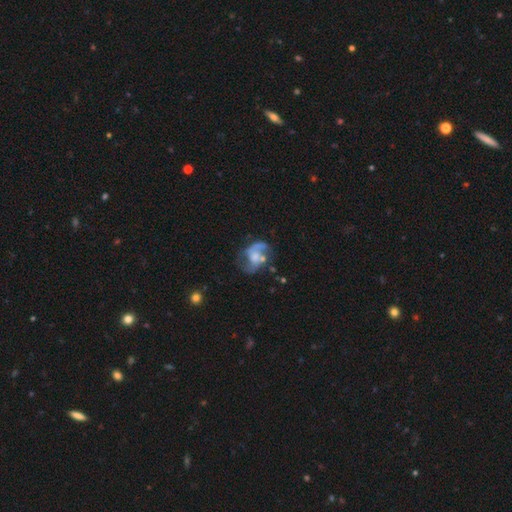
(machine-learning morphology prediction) Q: Smooth or featured?
A: featured or disk (69%); runner-up: smooth (23%)
Q: Edge-on disk?
A: no (98%); runner-up: yes (2%)
Q: Bar?
A: no (65%); runner-up: weak (29%)
Q: Spiral arms?
A: yes (75%); runner-up: no (25%)
Q: Spiral winding?
A: loose (51%); runner-up: medium (37%)
Q: Spiral arm count?
A: 2 (71%); runner-up: 1 (13%)
Q: Bulge size?
A: moderate (38%); runner-up: small (29%)
Q: Merging?
A: none (41%); runner-up: major disturbance (26%)